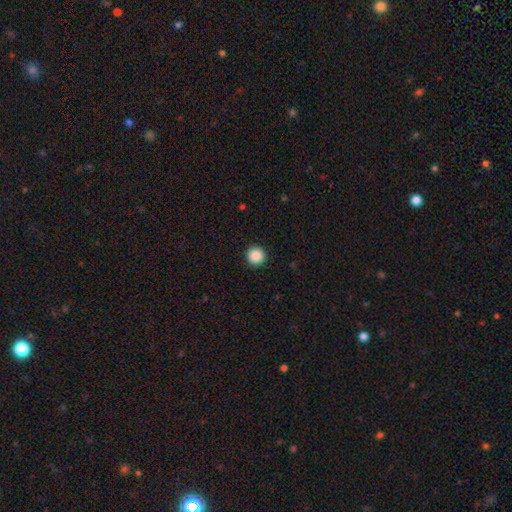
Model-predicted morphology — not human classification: smooth-or-featured: smooth: 88% | star or artifact: 9% | featured or disk: 3%
  how-rounded: round: 96% | in between: 3% | cigar-shaped: 1%
  merging: none: 93% | minor disturbance: 5% | major disturbance: 2% | merger: 1%